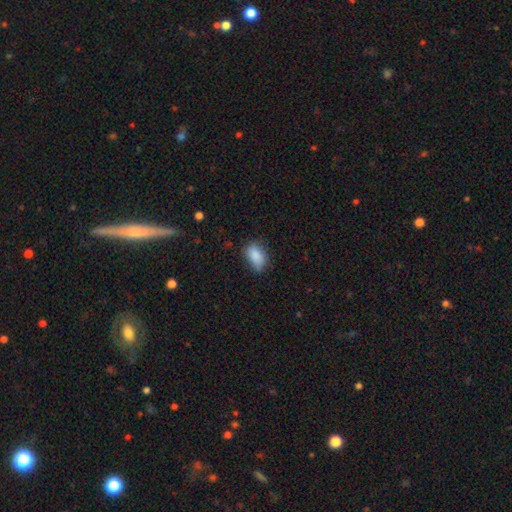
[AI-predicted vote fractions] Smooth or featured: smooth — 87% (star or artifact — 7%)
How rounded: in between — 90% (round — 8%)
Merging: none — 67% (minor disturbance — 26%)